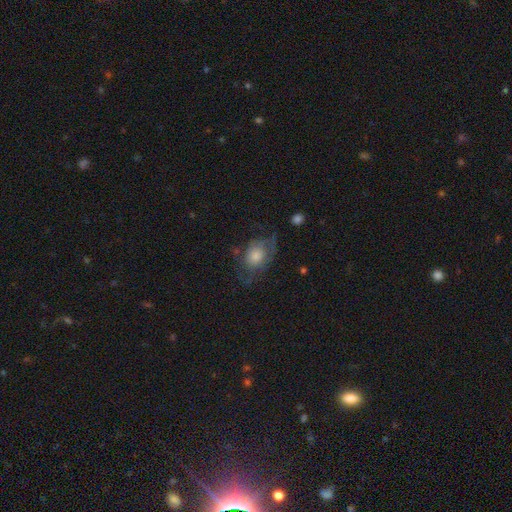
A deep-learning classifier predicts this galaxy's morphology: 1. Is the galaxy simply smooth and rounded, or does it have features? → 48% smooth, 41% featured or disk, 11% star or artifact.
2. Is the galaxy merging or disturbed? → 49% none, 26% minor disturbance, 23% major disturbance, 2% merger.